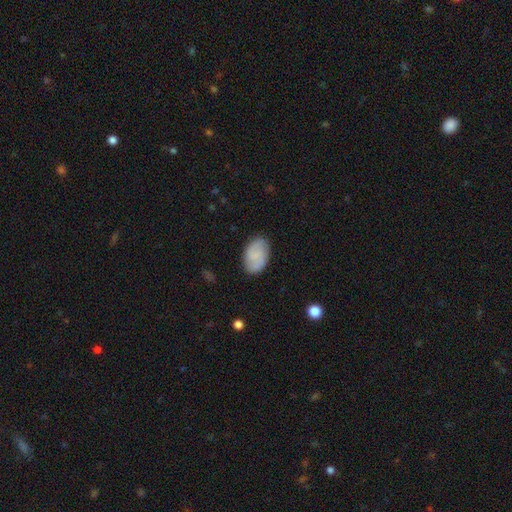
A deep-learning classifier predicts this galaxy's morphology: A smooth galaxy with no disk features (58%) that is in between round and cigar-shaped (91%). Merging: none (83%).